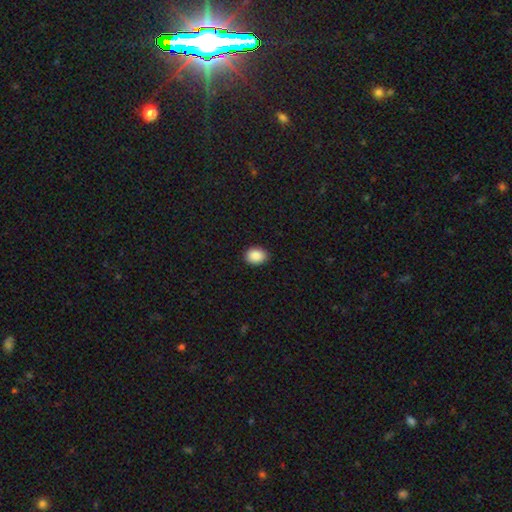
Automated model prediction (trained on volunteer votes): smooth-or-featured: smooth: 89% | star or artifact: 8% | featured or disk: 3%
  how-rounded: in between: 65% | round: 35% | cigar-shaped: 1%
  merging: none: 89% | minor disturbance: 8% | major disturbance: 2% | merger: 1%